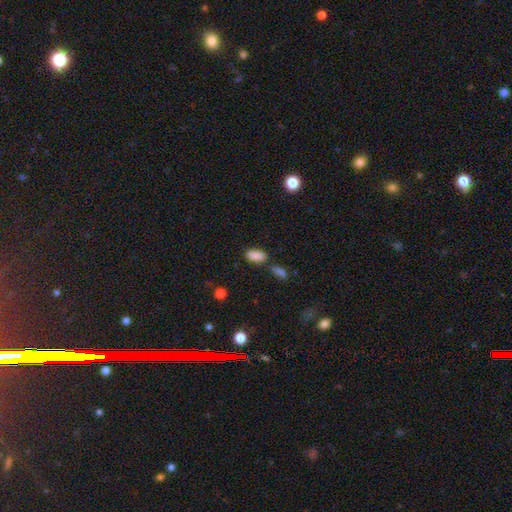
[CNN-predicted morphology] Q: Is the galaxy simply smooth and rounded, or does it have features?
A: smooth — 86%.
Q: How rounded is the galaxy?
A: in between — 92%.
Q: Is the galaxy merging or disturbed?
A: none — 63%.